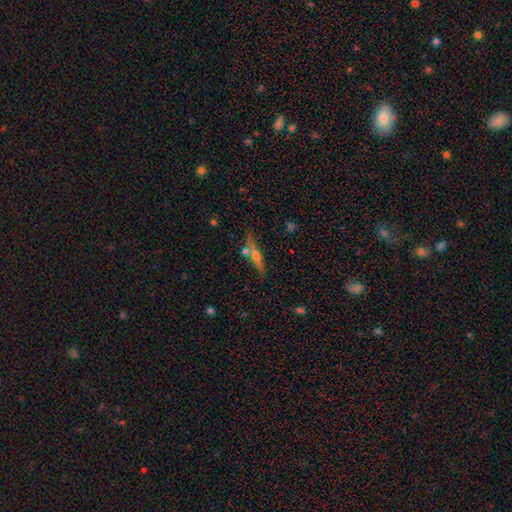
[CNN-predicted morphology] Q: Smooth or featured?
A: featured or disk (53%); runner-up: smooth (39%)
Q: Edge-on disk?
A: yes (92%); runner-up: no (8%)
Q: Merging?
A: none (72%); runner-up: merger (12%)